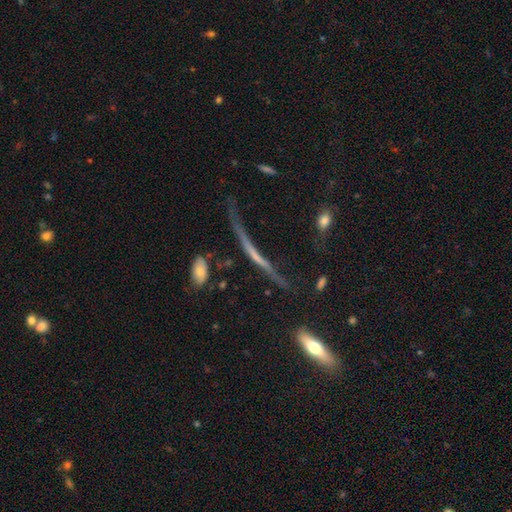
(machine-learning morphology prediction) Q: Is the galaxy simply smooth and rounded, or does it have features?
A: featured or disk — 59%.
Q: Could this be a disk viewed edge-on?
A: yes — 76%.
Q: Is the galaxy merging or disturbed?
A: none — 48%.